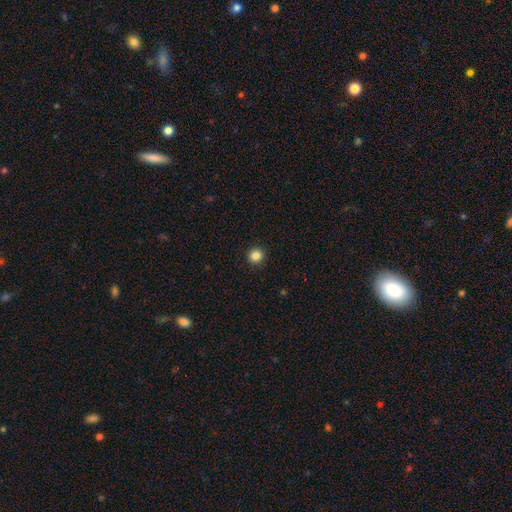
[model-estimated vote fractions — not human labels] Smooth or featured? smooth (85%)
How rounded? round (94%)
Merging? none (93%)